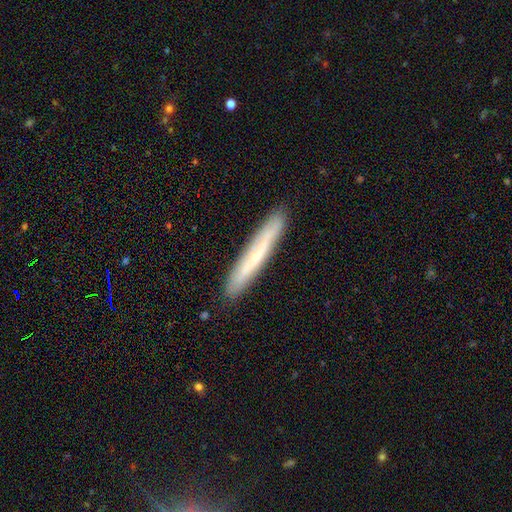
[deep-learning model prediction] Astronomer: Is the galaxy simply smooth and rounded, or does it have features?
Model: featured or disk — 51% (runner-up: smooth, 42%).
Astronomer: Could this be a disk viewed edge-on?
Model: yes — 83%.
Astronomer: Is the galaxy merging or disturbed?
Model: none — 90%.